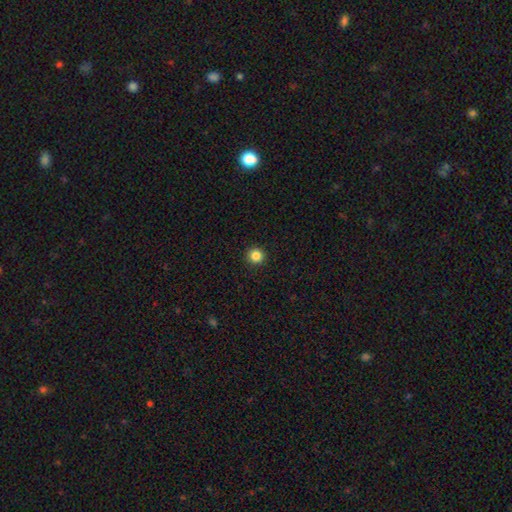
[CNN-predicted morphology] Smooth or featured? smooth (85%)
How rounded? round (96%)
Merging? none (93%)